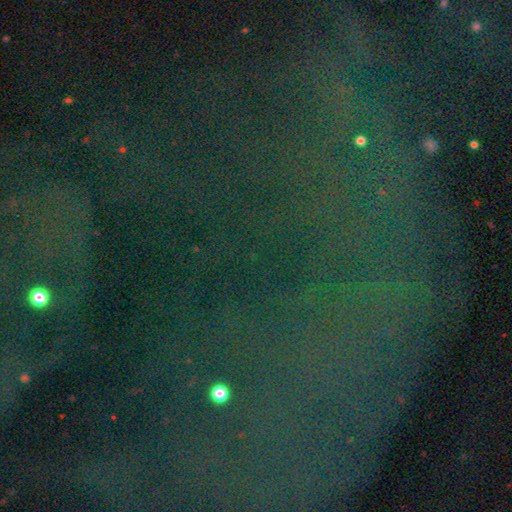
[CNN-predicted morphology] A star or artifact, not a galaxy (80%).

Vote fractions:
- Smooth or featured? star or artifact: 80% / smooth: 10% / featured or disk: 10%